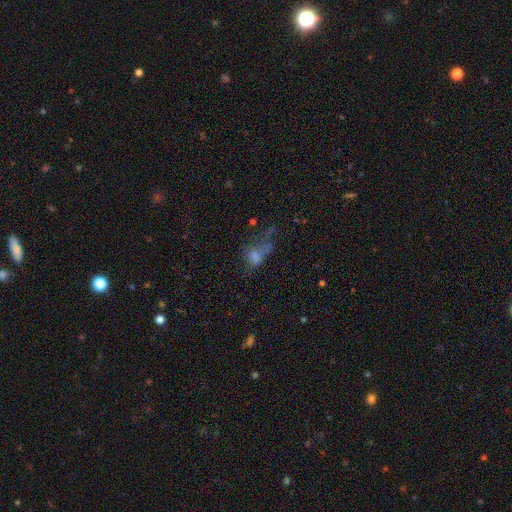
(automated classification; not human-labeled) Q: Smooth or featured?
A: smooth (55%); runner-up: featured or disk (24%)
Q: How rounded?
A: in between (72%); runner-up: round (24%)
Q: Merging?
A: major disturbance (40%); runner-up: merger (23%)